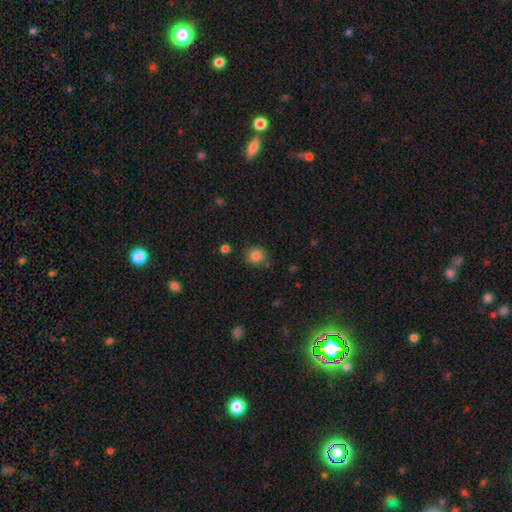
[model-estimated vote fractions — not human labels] Smooth or featured? Predicted: smooth (p=0.84). How rounded? Predicted: round (p=0.86). Merging? Predicted: none (p=0.78).